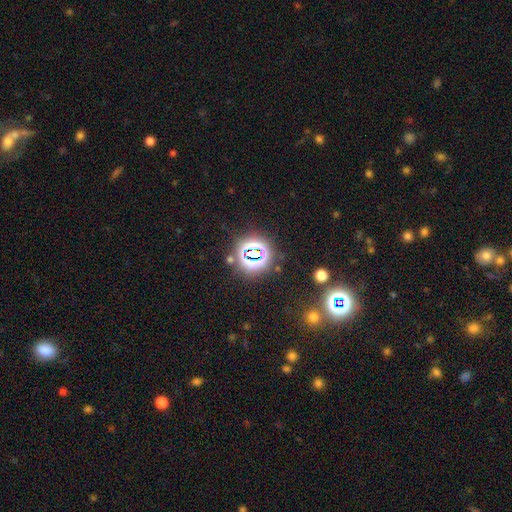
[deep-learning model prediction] star or artifact 75%, smooth 16%, featured or disk 8%.